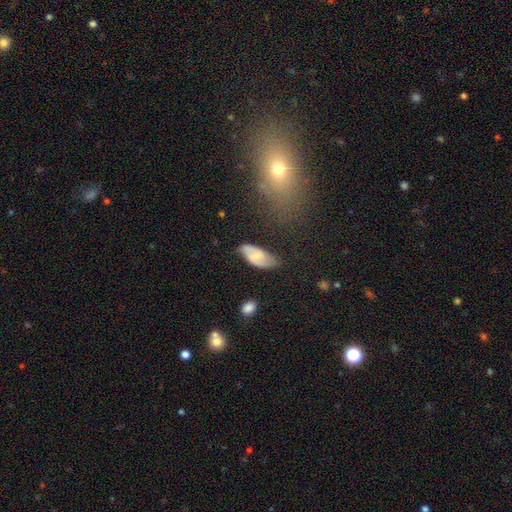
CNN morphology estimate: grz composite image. It shows a featured or disk galaxy (51%). Merging: none (59%).